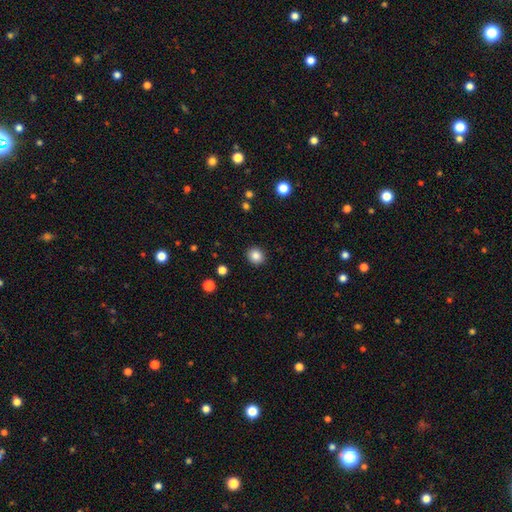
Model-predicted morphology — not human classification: This appears to be a smooth galaxy with no disk features (86%) that is round (82%). Merging: none (92%).